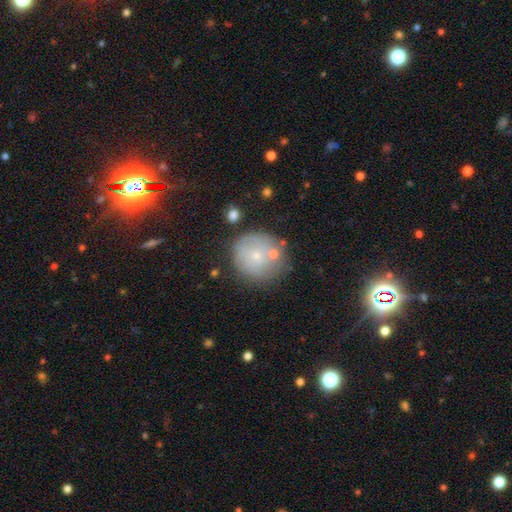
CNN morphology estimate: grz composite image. It shows a smooth galaxy with no disk features (61%) that is round (92%). Merging: none (67%).